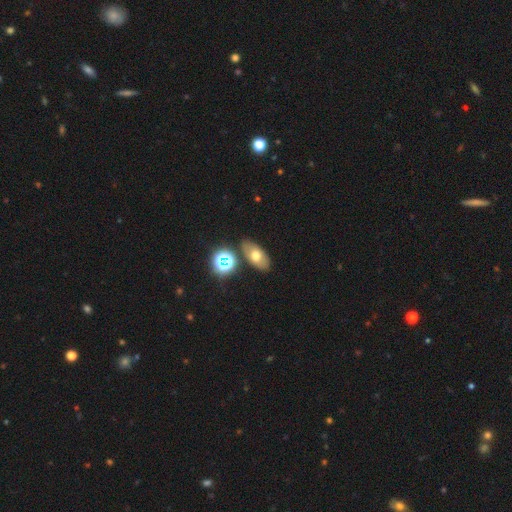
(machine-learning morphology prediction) Q: Smooth or featured?
A: smooth (59%); runner-up: featured or disk (25%)
Q: How rounded?
A: in between (85%); runner-up: round (12%)
Q: Merging?
A: none (80%); runner-up: minor disturbance (10%)